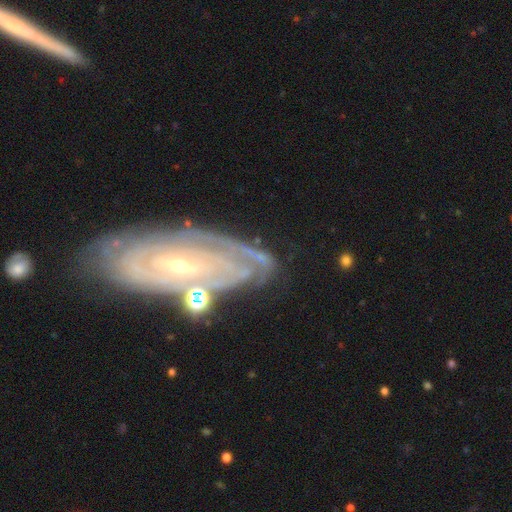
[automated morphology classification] This appears to be a featured or disk galaxy (67%) with no bar (55%), spiral arms (72%) and a small central bulge (62%). Merging: none (51%).